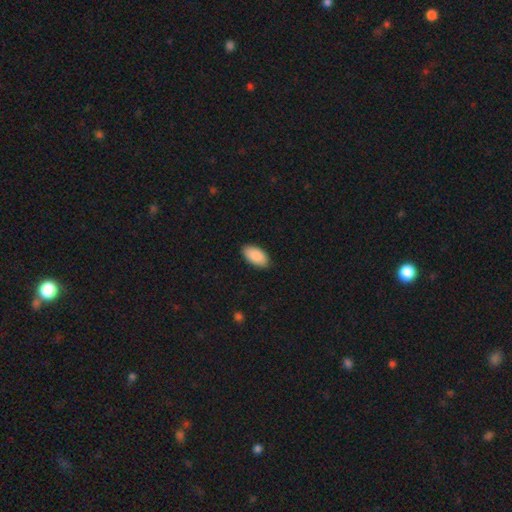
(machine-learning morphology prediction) The model was most divided on "merging": none: 87%, minor disturbance: 10%, major disturbance: 2%, merger: 1%. More confident: how rounded — in between (95%); smooth or featured — smooth (90%).